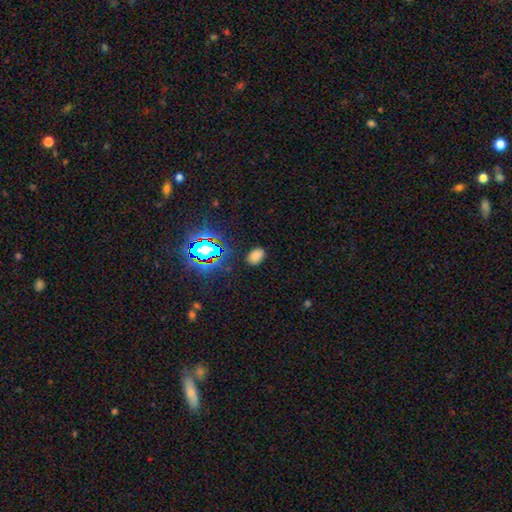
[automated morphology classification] Smooth or featured?
  - smooth: 72% *
  - star or artifact: 22%
  - featured or disk: 6%
How rounded?
  - in between: 83% *
  - round: 15%
  - cigar-shaped: 1%
Merging?
  - none: 85% *
  - minor disturbance: 10%
  - major disturbance: 3%
  - merger: 2%